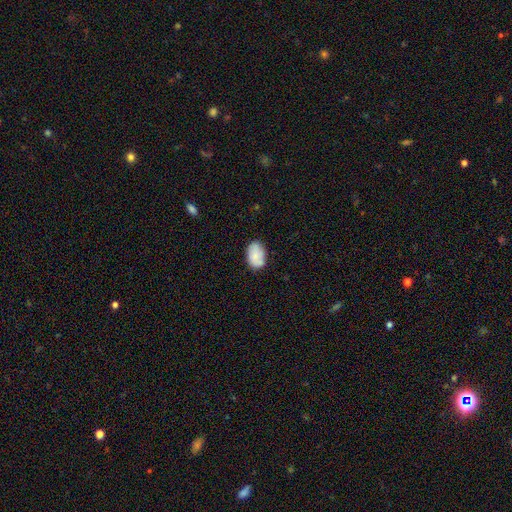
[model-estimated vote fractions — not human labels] Overall: smooth (74%). How rounded: in between (89%). Merging: none (69%).